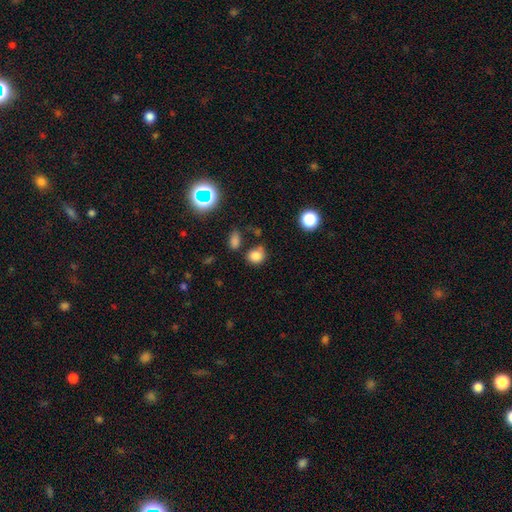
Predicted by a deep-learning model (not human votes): smooth 81%, star or artifact 13%, featured or disk 6%. Down the decision tree: how rounded — round (65%); merging — none (62%).